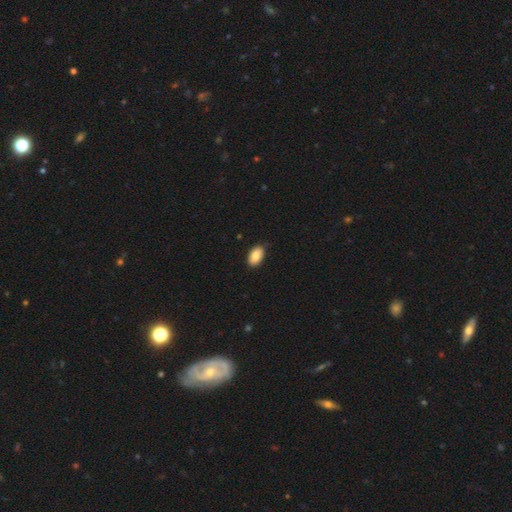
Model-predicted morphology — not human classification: Overall: smooth (85%). How rounded: in between (94%). Merging: none (86%).